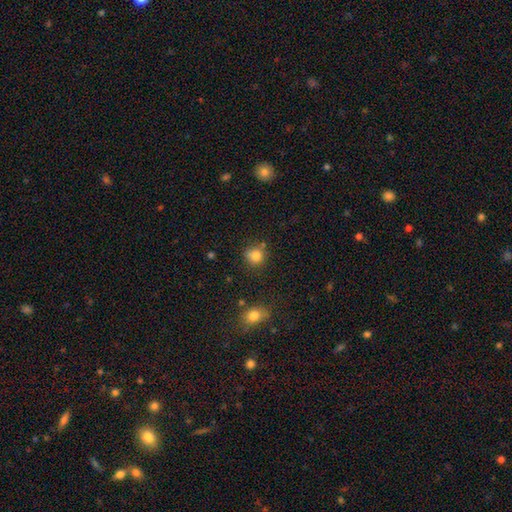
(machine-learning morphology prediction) Smooth or featured: smooth — 82% (star or artifact — 12%)
How rounded: round — 85% (in between — 14%)
Merging: none — 72% (minor disturbance — 15%)